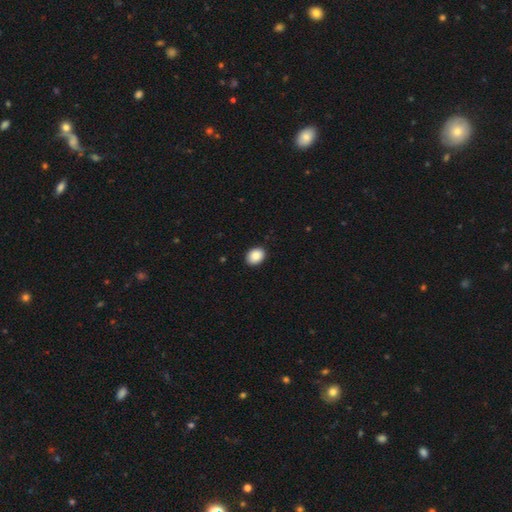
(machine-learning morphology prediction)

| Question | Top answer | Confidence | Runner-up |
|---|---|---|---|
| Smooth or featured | smooth | 88% | star or artifact (8%) |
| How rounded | in between | 66% | round (33%) |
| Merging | none | 90% | minor disturbance (7%) |